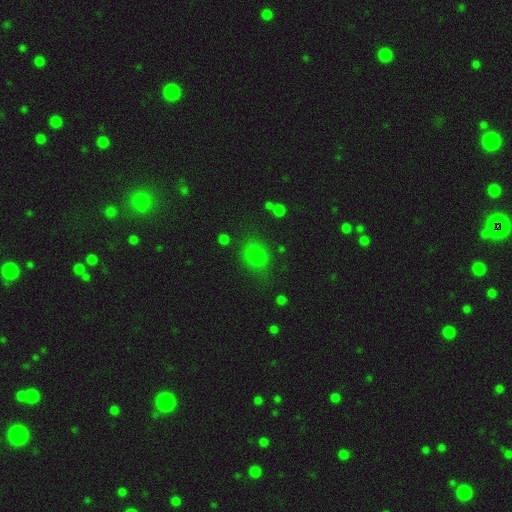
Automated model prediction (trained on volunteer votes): This appears to be a smooth galaxy with no disk features (77%) that is round (57%). Merging: none (73%).